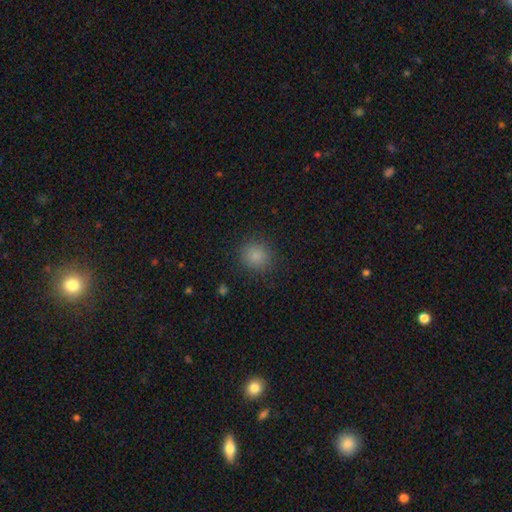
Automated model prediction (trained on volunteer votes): Smooth or featured? smooth (84%)
How rounded? round (89%)
Merging? none (88%)